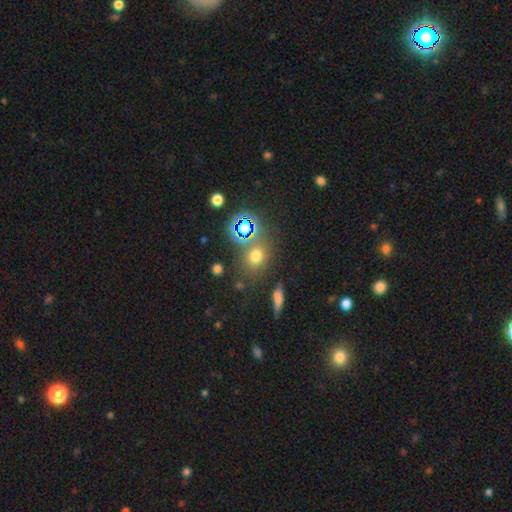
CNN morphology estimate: Overall: smooth (64%; star or artifact 27%). How rounded: round (65%; in between 33%). Merging: none (75%).